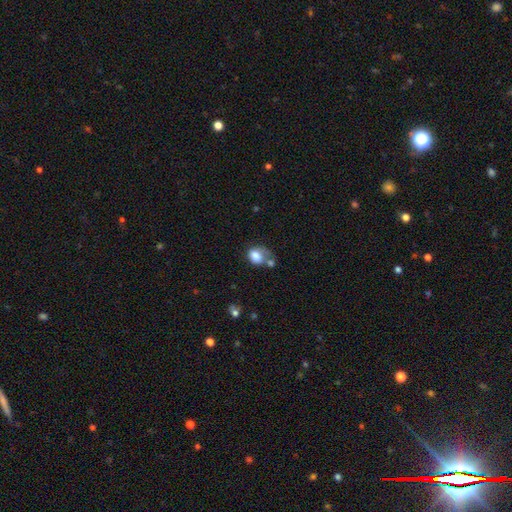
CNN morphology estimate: A smooth galaxy with no disk features (78%) that is in between round and cigar-shaped (60%).

Vote fractions:
- Smooth or featured? smooth: 78% / featured or disk: 13% / star or artifact: 9%
- How rounded? in between: 60% / round: 39% / cigar-shaped: 1%
- Merging? merger: 31% (tied) / none: 31% (tied) / minor disturbance: 22% / major disturbance: 17%